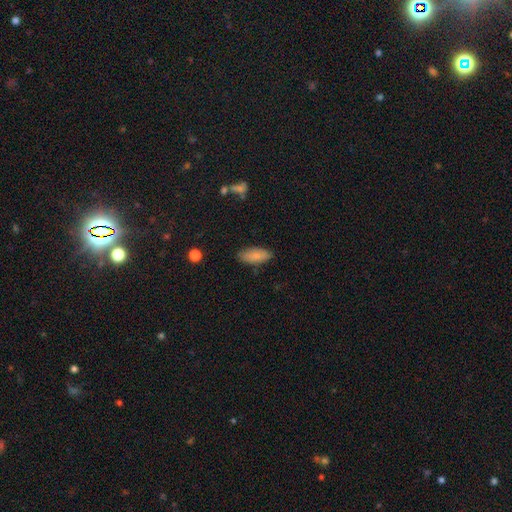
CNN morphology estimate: Q: Smooth or featured?
A: smooth (85%); runner-up: featured or disk (8%)
Q: How rounded?
A: in between (82%); runner-up: cigar-shaped (16%)
Q: Merging?
A: none (82%); runner-up: minor disturbance (14%)